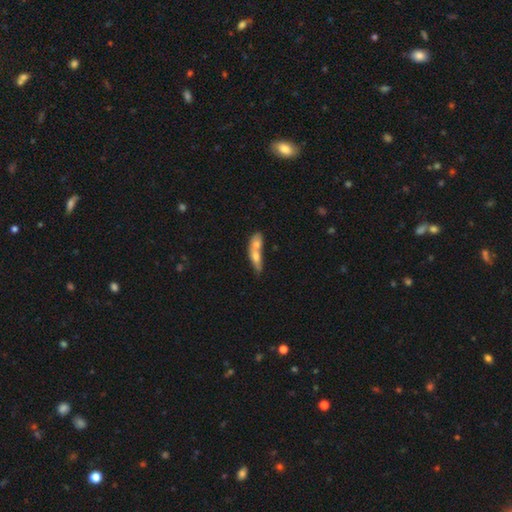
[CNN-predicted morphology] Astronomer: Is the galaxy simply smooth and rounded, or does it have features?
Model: smooth — 58% (runner-up: featured or disk, 34%).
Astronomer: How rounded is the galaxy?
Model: in between — 50% (runner-up: cigar-shaped, 43%).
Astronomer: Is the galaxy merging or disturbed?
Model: merger — 69%.